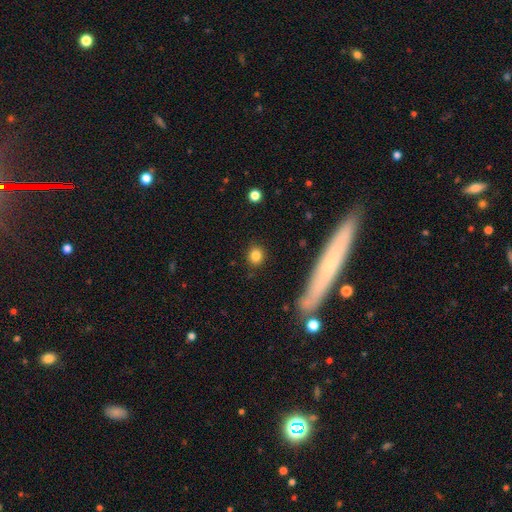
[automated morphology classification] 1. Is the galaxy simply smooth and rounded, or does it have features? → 83% smooth, 10% star or artifact, 7% featured or disk.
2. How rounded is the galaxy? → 85% round, 13% in between, 2% cigar-shaped.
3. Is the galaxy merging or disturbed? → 89% none, 7% minor disturbance, 2% major disturbance, 2% merger.